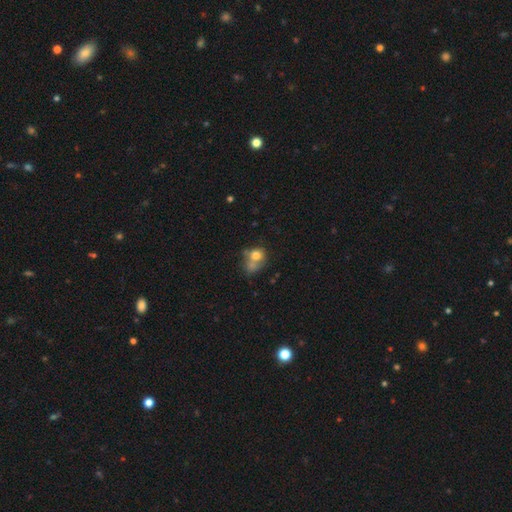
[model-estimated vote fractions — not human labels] Smooth or featured?
  - smooth: 72% *
  - featured or disk: 17%
  - star or artifact: 11%
How rounded?
  - round: 60% *
  - in between: 39%
  - cigar-shaped: 1%
Merging?
  - merger: 43% *
  - none: 29%
  - minor disturbance: 15%
  - major disturbance: 13%